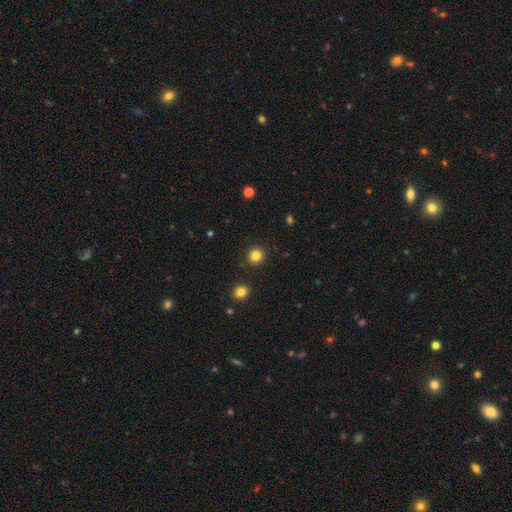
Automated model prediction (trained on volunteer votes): Overall: smooth (83%). How rounded: round (92%). Merging: none (91%).